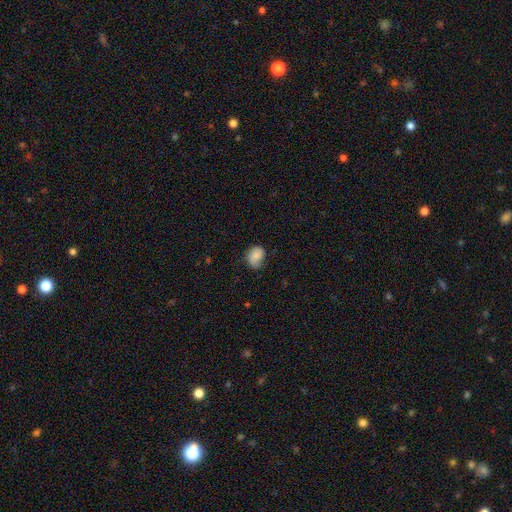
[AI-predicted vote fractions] Q: Smooth or featured?
A: smooth (74%); runner-up: featured or disk (18%)
Q: How rounded?
A: in between (53%); runner-up: round (46%)
Q: Merging?
A: none (51%); runner-up: minor disturbance (33%)